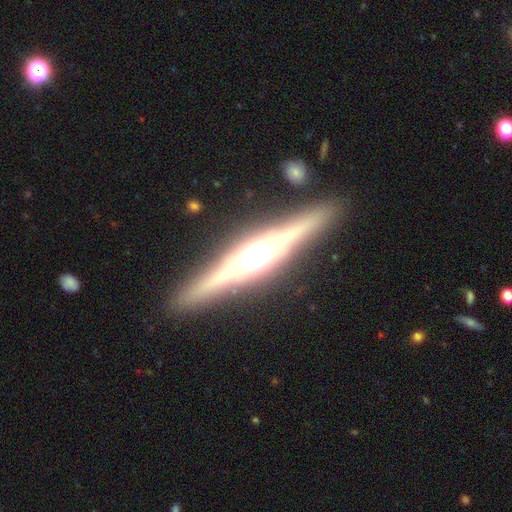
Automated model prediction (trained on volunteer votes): This appears to be a featured or disk galaxy (83%) viewed edge-on (97%) with a rounded central bulge (67%). Merging: none (88%).